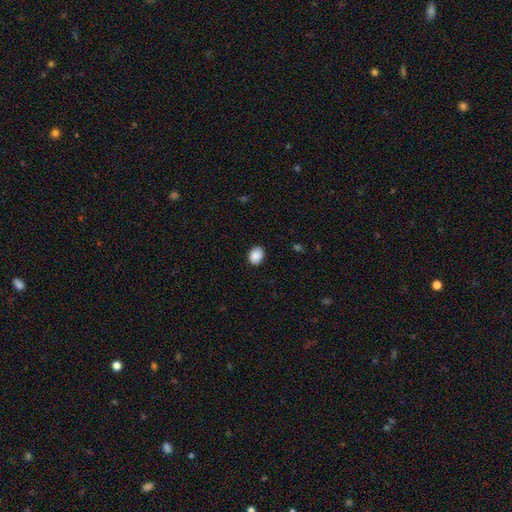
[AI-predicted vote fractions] Smooth or featured: smooth — 89% (star or artifact — 8%)
How rounded: in between — 60% (round — 39%)
Merging: none — 89% (minor disturbance — 8%)